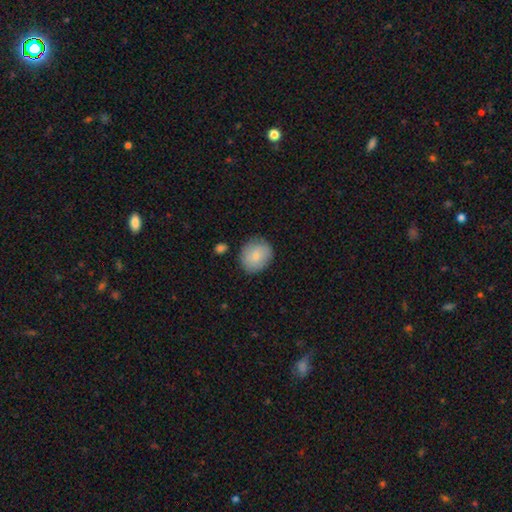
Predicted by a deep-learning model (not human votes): smooth-or-featured: smooth: 82% | featured or disk: 11% | star or artifact: 7%
  how-rounded: round: 69% | in between: 30% | cigar-shaped: 1%
  merging: none: 80% | minor disturbance: 14% | major disturbance: 3% | merger: 3%